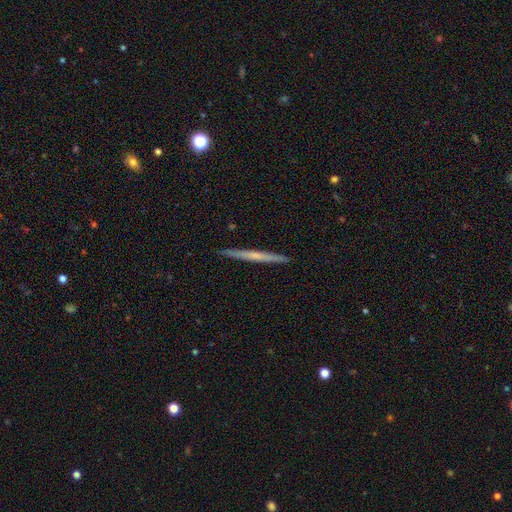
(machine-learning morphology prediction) The model was most divided on "smooth or featured": featured or disk: 51%, smooth: 43%, star or artifact: 6%. More confident: edge-on disk — yes (98%); merging — none (93%); edge-on bulge — none (74%).